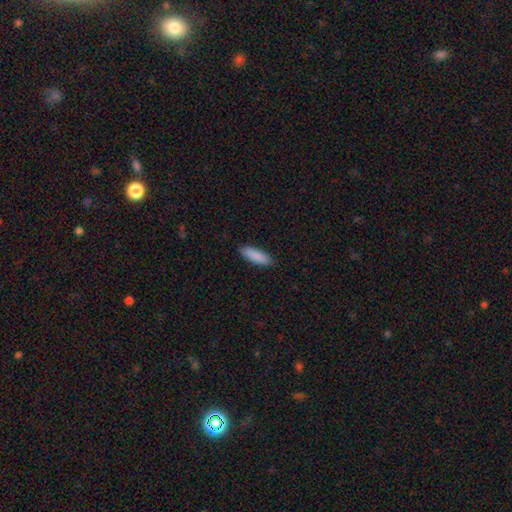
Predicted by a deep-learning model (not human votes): Morphology: type=smooth (89%); roundness=cigar-shaped (50%); merging=none (88%).